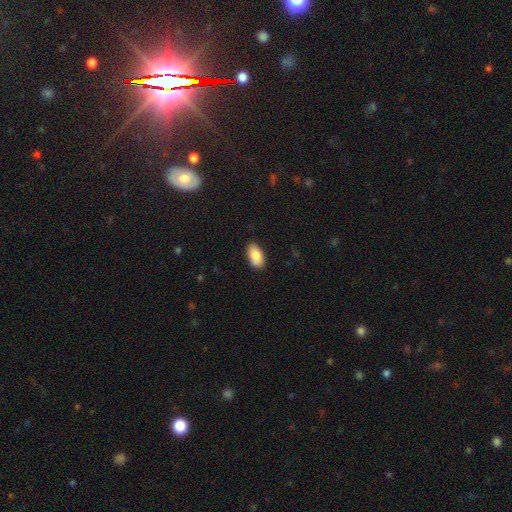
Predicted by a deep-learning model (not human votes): smooth-or-featured: smooth: 86% | featured or disk: 7% | star or artifact: 7%
  how-rounded: in between: 94% | round: 3% | cigar-shaped: 3%
  merging: none: 81% | minor disturbance: 15% | major disturbance: 2% | merger: 1%